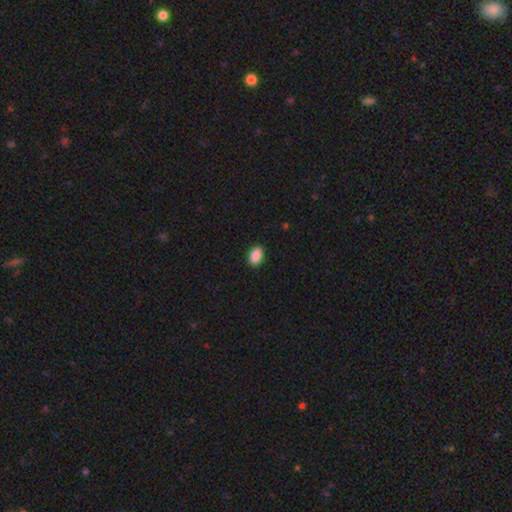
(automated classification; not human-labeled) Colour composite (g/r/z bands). It shows a smooth galaxy with no disk features (89%) that is in between round and cigar-shaped (86%). Merging: none (91%).